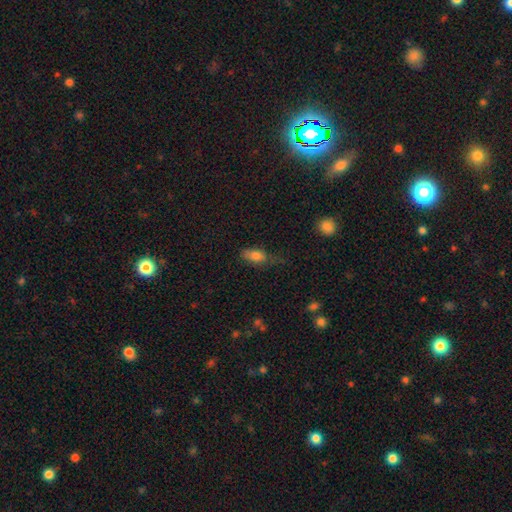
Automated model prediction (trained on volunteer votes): This appears to be a smooth galaxy with no disk features (78%) that is in between round and cigar-shaped (84%). Merging: none (51%).